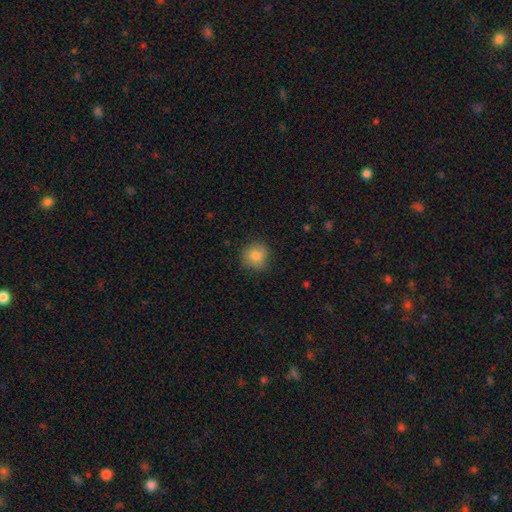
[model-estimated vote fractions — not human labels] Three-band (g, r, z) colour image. It shows a smooth galaxy with no disk features (82%) that is round (91%). Merging: none (83%).